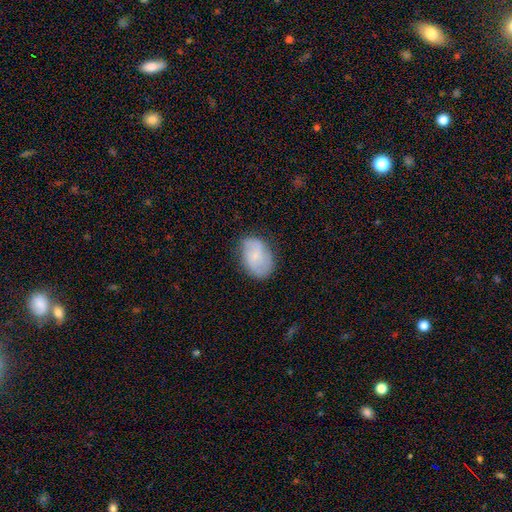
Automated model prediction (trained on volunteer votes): Overall: smooth (54%; featured or disk 38%). How rounded: in between (79%). Merging: none (70%).